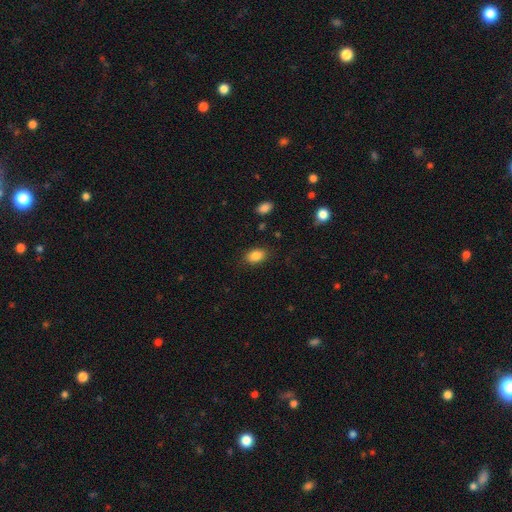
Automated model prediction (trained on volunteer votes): Morphology: type=smooth (87%); roundness=in between (83%); merging=none (84%).